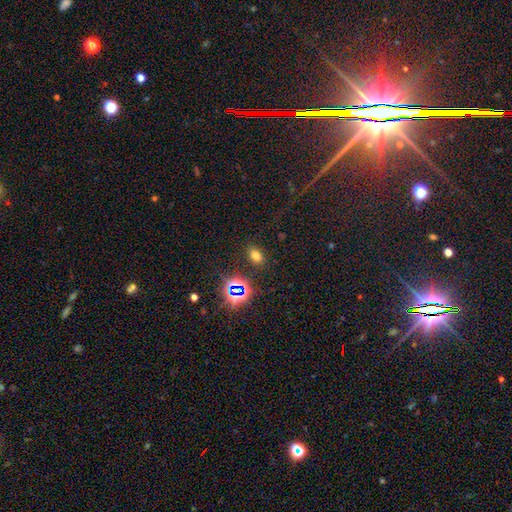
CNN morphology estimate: Smooth or featured? smooth (66%)
How rounded? in between (81%)
Merging? none (86%)